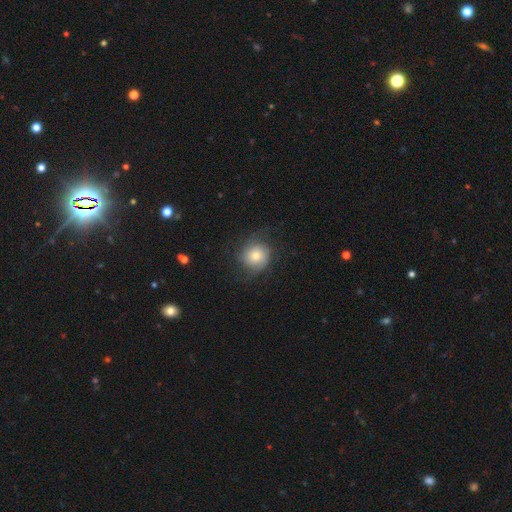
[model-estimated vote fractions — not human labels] Smooth or featured? Predicted: smooth (p=0.59). How rounded? Predicted: round (p=0.88). Merging? Predicted: none (p=0.66).